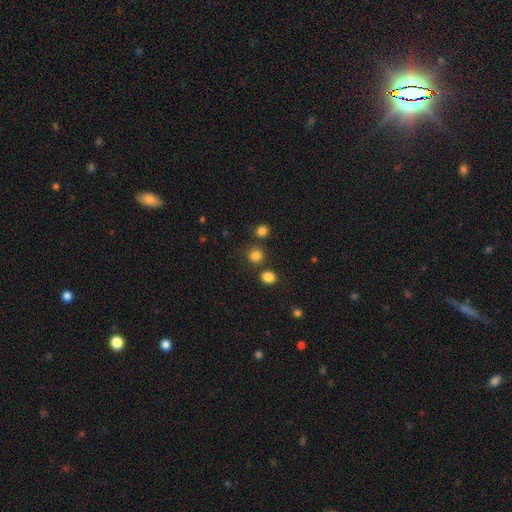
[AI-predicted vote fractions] This appears to be a smooth galaxy with no disk features (81%) that is round (89%). Merging: none (78%).